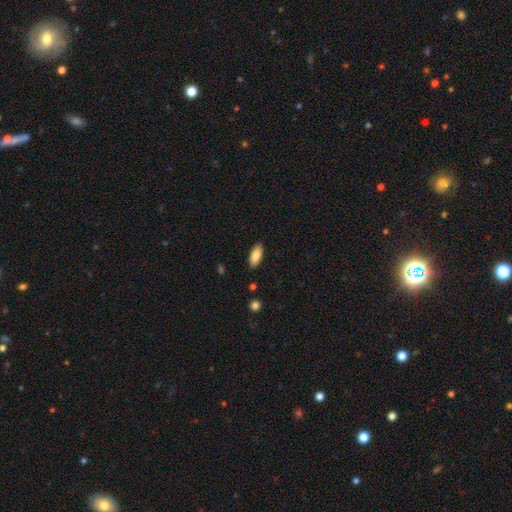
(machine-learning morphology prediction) This is clearly a smooth galaxy (86%). How rounded: clearly in between (85%). Merging: clearly none (88%).